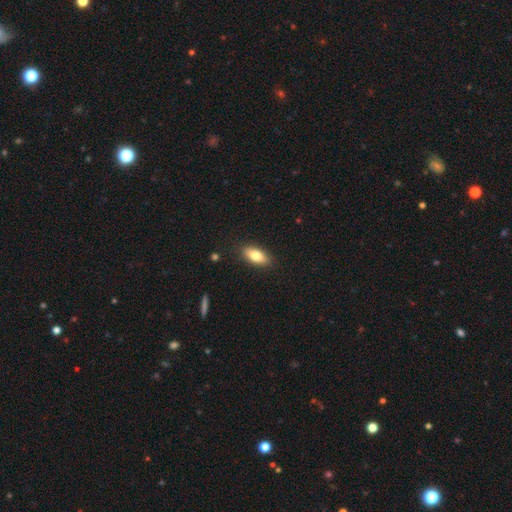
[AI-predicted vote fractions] The model was most divided on "smooth or featured": smooth: 81%, featured or disk: 12%, star or artifact: 7%. More confident: merging — none (87%); how rounded — in between (85%).